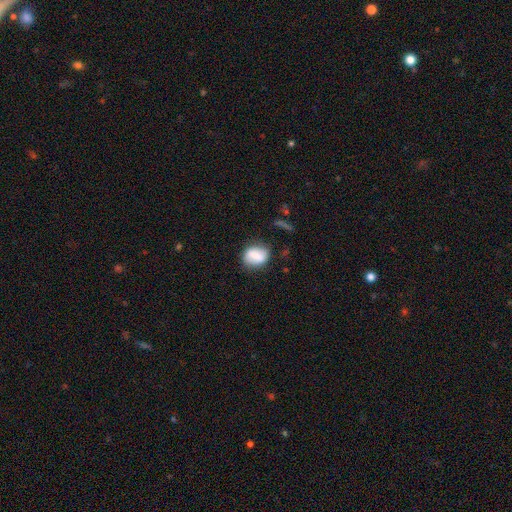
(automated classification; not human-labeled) Smooth or featured: smooth — 72% (featured or disk — 20%)
How rounded: round — 50% (in between — 48%)
Merging: none — 74% (minor disturbance — 18%)